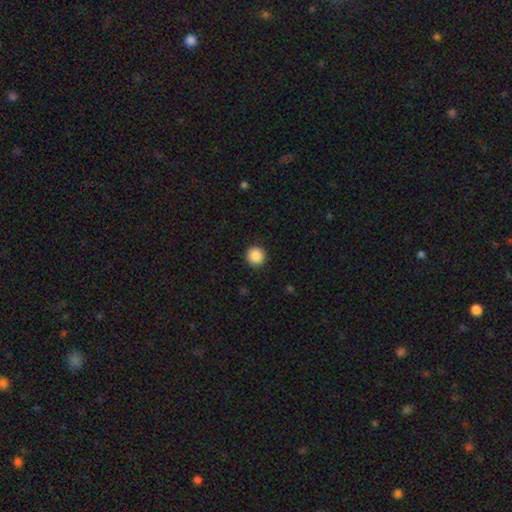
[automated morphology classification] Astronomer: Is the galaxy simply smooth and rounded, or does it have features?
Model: smooth — 88%.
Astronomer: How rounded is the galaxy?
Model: round — 95%.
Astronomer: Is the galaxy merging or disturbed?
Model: none — 93%.